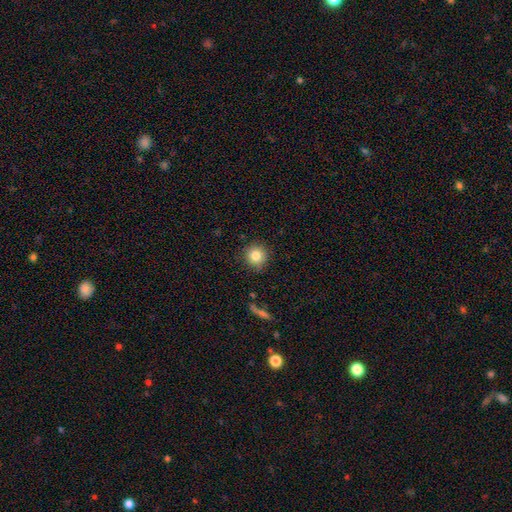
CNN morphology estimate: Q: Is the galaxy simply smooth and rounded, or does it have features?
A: smooth — 83%.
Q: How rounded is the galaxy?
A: round — 94%.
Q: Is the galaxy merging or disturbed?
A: none — 89%.